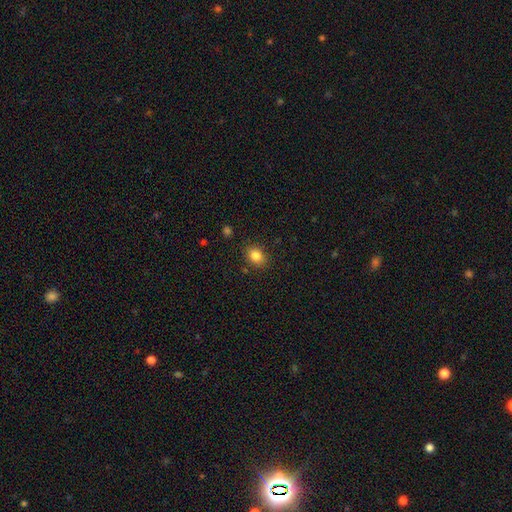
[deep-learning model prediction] Smooth or featured?
  - smooth: 84% *
  - star or artifact: 10%
  - featured or disk: 6%
How rounded?
  - in between: 55% *
  - round: 44%
  - cigar-shaped: 1%
Merging?
  - none: 85% *
  - minor disturbance: 10%
  - major disturbance: 3%
  - merger: 2%